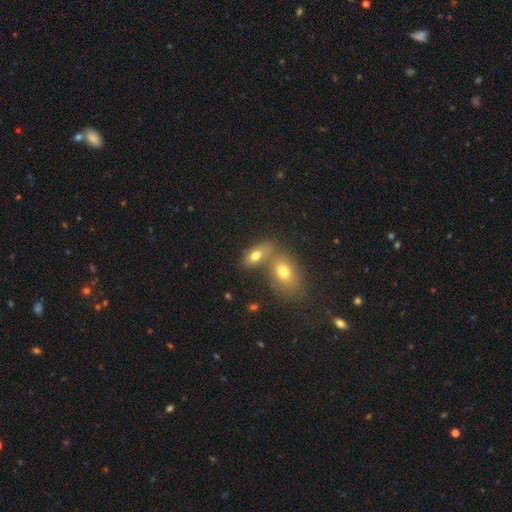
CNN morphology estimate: This appears to be a smooth galaxy with no disk features (73%) that is in between round and cigar-shaped (86%). Merging: merger (49%).